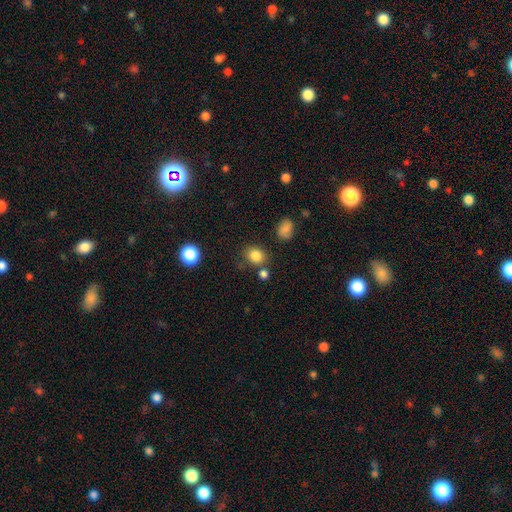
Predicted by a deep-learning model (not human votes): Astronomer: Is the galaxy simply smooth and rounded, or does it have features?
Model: smooth — 82%.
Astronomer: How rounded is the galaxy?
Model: round — 63%.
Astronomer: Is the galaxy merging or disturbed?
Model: none — 74%.